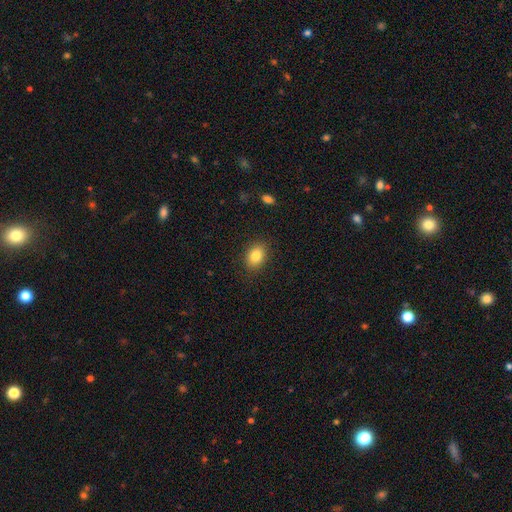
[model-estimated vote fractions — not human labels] smooth_or_featured: smooth (p=0.84) [alt: star or artifact p=0.09]
how_rounded: in between (p=0.75) [alt: round p=0.24]
merging: none (p=0.86) [alt: minor disturbance p=0.10]